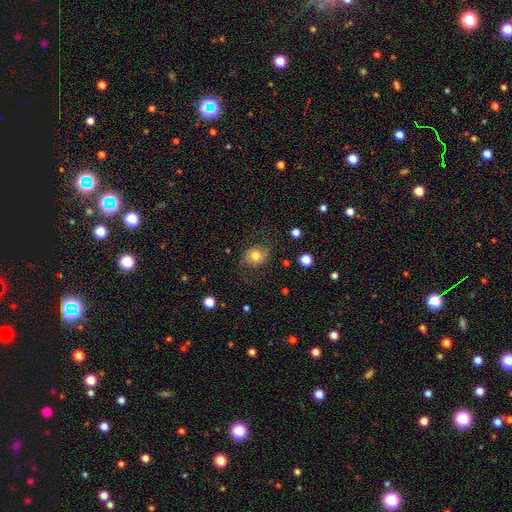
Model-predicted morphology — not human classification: smooth-or-featured: smooth: 64% | featured or disk: 26% | star or artifact: 10%
  how-rounded: round: 62% | in between: 36% | cigar-shaped: 1%
  merging: none: 70% | minor disturbance: 18% | major disturbance: 11% | merger: 1%